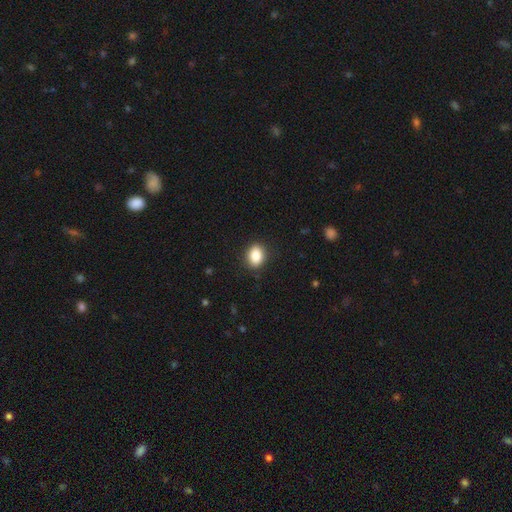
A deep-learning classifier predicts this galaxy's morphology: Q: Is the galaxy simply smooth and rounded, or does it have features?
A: smooth — 86%.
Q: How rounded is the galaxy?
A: in between — 63%.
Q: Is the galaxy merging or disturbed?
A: none — 88%.